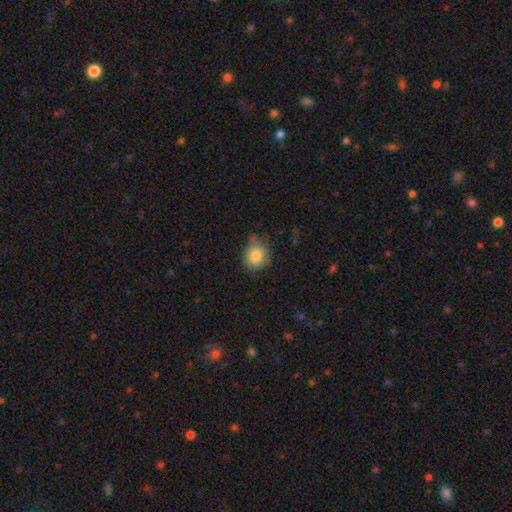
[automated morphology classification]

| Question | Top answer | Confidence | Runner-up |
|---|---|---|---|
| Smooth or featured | smooth | 84% | star or artifact (8%) |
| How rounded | round | 65% | in between (34%) |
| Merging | none | 67% | minor disturbance (25%) |